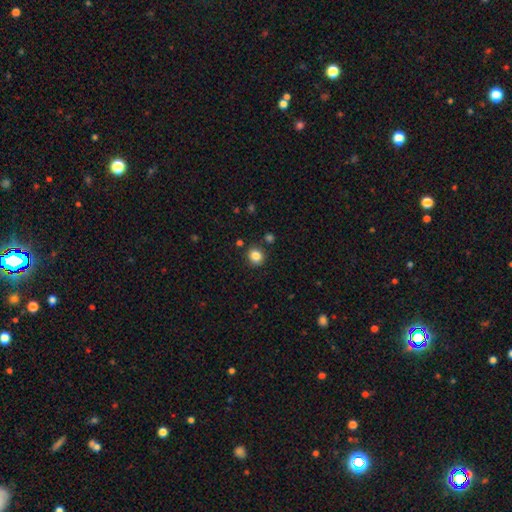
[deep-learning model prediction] Smooth or featured? smooth (85%)
How rounded? round (85%)
Merging? none (86%)